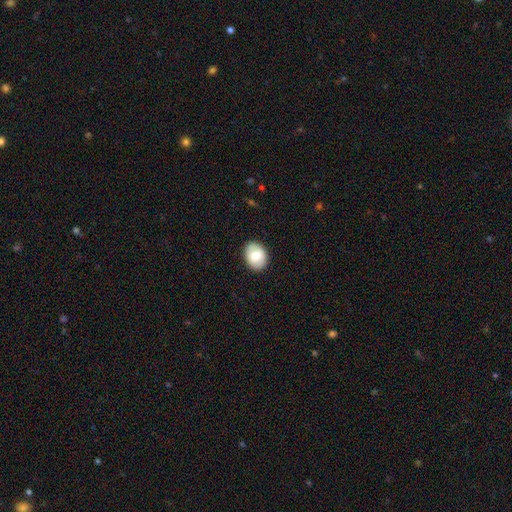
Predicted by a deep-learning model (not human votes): smooth 74%, featured or disk 19%, star or artifact 7%. Down the decision tree: how rounded — in between (70%); merging — none (88%).